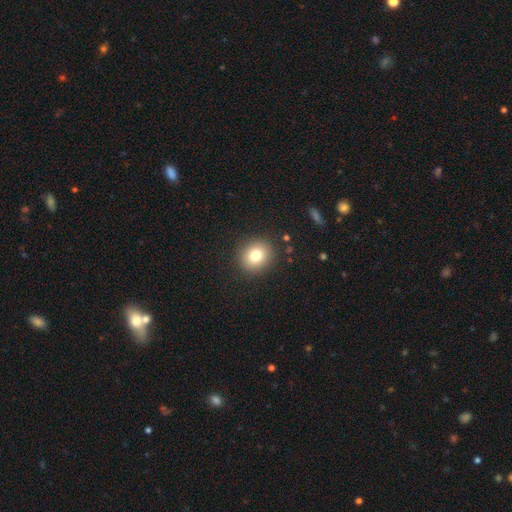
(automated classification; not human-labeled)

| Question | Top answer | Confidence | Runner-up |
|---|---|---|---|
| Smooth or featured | smooth | 79% | star or artifact (11%) |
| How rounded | round | 78% | in between (21%) |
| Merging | none | 89% | minor disturbance (7%) |